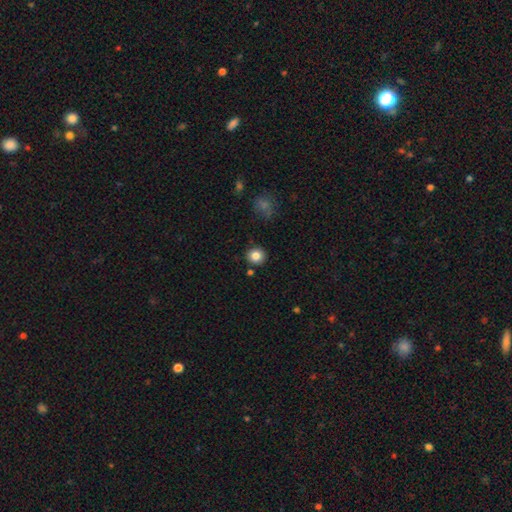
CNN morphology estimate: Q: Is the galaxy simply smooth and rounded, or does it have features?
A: smooth — 84%.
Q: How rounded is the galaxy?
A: round — 91%.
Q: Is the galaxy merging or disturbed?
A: none — 88%.